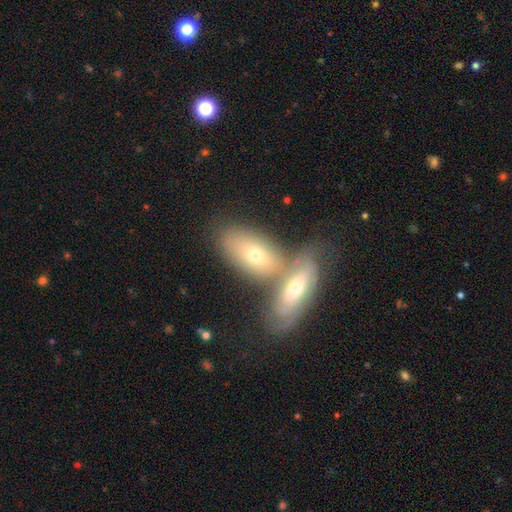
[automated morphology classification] Q: Smooth or featured?
A: smooth (55%); runner-up: featured or disk (38%)
Q: How rounded?
A: in between (82%); runner-up: cigar-shaped (12%)
Q: Merging?
A: merger (50%); runner-up: none (37%)